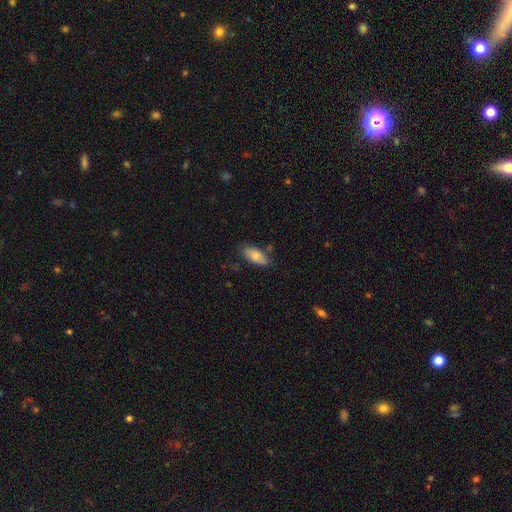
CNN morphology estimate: smooth_or_featured: smooth (p=0.78) [alt: featured or disk p=0.15]
how_rounded: in between (p=0.87) [alt: cigar-shaped p=0.11]
merging: none (p=0.74) [alt: minor disturbance p=0.19]